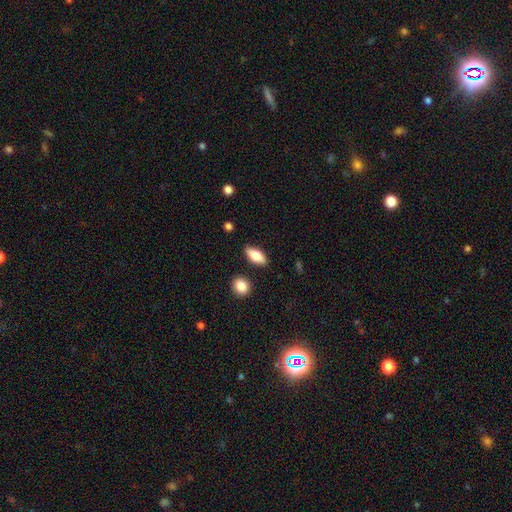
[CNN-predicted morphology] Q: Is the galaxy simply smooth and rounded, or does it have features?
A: smooth — 79%.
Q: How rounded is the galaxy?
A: in between — 83%.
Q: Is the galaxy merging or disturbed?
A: none — 85%.